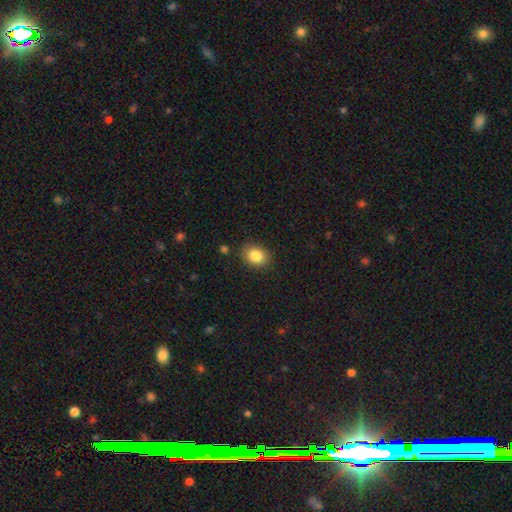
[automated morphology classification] This is clearly a smooth galaxy (84%). How rounded: possibly in between (60%). Merging: clearly none (84%).